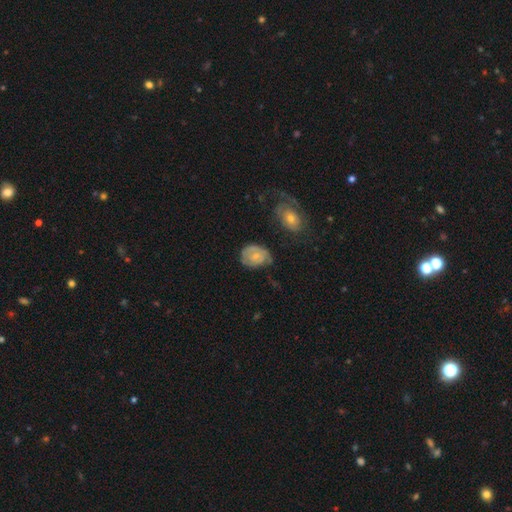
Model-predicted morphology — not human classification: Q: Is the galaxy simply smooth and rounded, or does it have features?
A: smooth — 52%.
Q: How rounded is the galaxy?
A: in between — 56%.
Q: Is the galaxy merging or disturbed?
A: none — 48%.